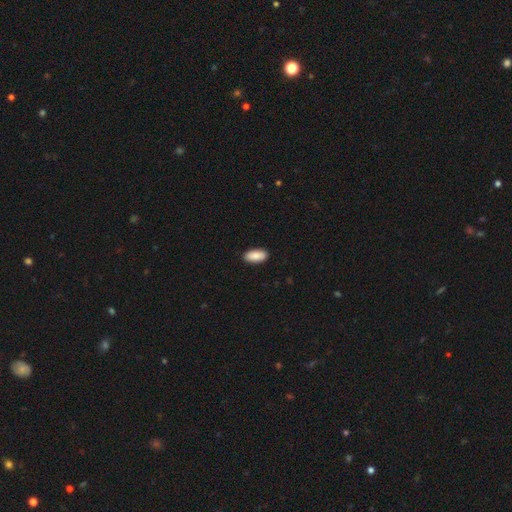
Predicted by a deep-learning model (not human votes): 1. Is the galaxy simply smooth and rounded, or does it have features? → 86% smooth, 8% featured or disk, 6% star or artifact.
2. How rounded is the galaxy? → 92% in between, 6% cigar-shaped, 2% round.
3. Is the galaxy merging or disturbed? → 90% none, 8% minor disturbance, 2% major disturbance, 1% merger.